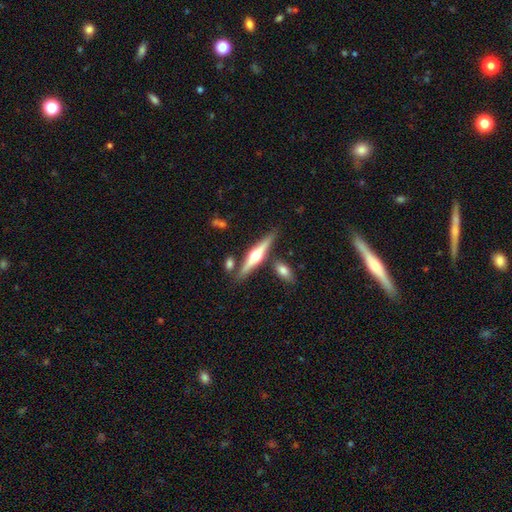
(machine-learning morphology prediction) This is likely a featured or disk galaxy (71%). It is clearly viewed edge-on (97%). Edge-on bulge: clearly rounded (94%). Merging: likely none (79%).